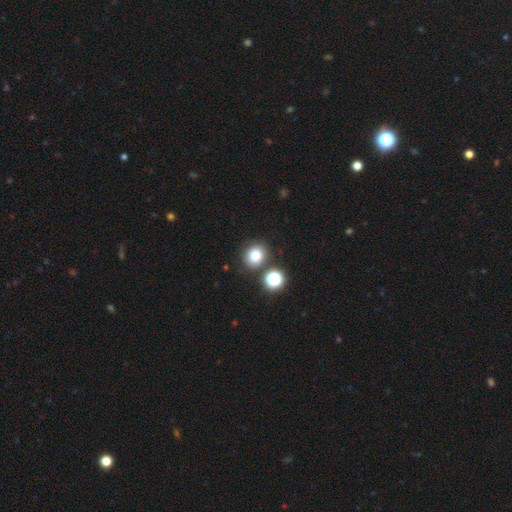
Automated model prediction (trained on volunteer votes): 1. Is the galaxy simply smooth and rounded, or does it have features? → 77% smooth, 15% star or artifact, 8% featured or disk.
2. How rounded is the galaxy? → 79% round, 20% in between, 1% cigar-shaped.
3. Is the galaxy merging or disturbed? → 77% none, 11% merger, 10% minor disturbance, 3% major disturbance.